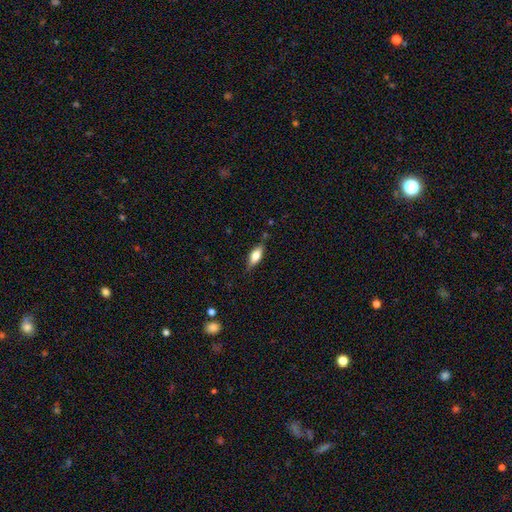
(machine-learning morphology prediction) Q: Smooth or featured?
A: smooth (64%); runner-up: featured or disk (29%)
Q: How rounded?
A: in between (69%); runner-up: cigar-shaped (28%)
Q: Merging?
A: none (79%); runner-up: minor disturbance (15%)